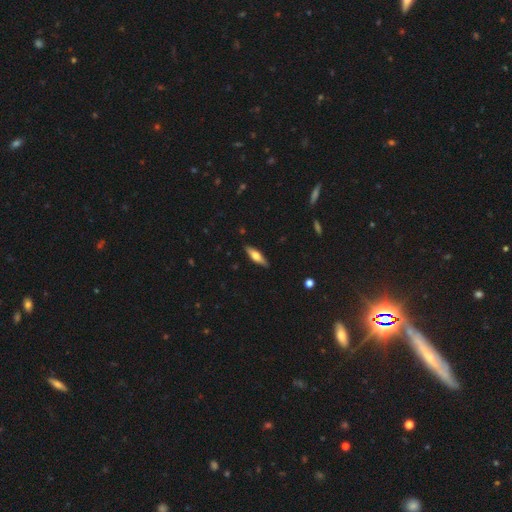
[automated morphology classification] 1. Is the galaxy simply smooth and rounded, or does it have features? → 52% smooth, 42% featured or disk, 6% star or artifact.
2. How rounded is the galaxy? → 57% cigar-shaped, 41% in between, 2% round.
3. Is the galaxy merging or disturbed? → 87% none, 10% minor disturbance, 2% major disturbance, 1% merger.